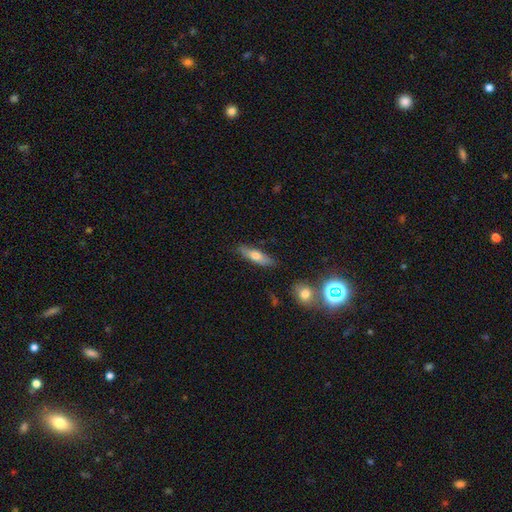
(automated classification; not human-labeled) Overall: smooth (62%; featured or disk 31%). How rounded: cigar-shaped (59%; in between 38%). Merging: none (84%).